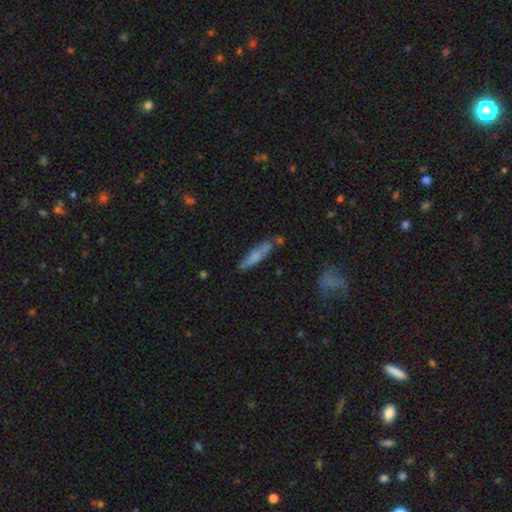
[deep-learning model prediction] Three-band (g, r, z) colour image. It shows a smooth galaxy with no disk features (64%) that is cigar-shaped (84%). Merging: none (75%).